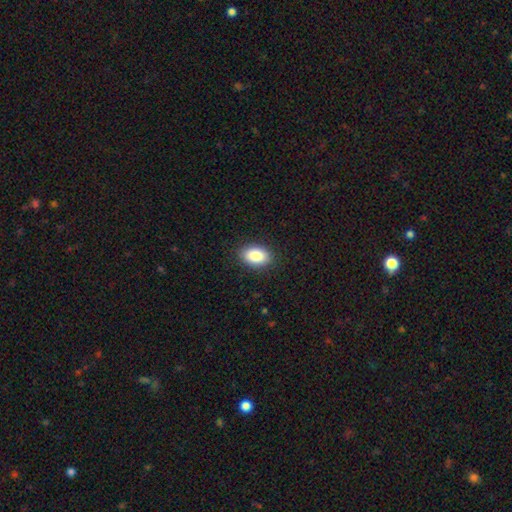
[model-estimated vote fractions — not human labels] Morphology: type=smooth (88%); roundness=in between (89%); merging=none (89%).